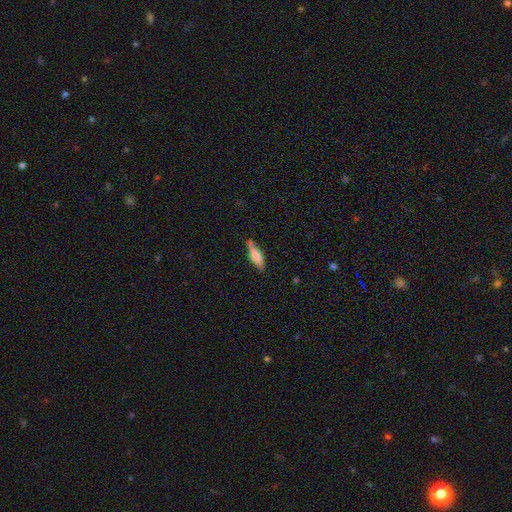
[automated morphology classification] smooth 67%, featured or disk 28%, star or artifact 6%. Down the decision tree: how rounded — cigar-shaped (71%); merging — none (79%).